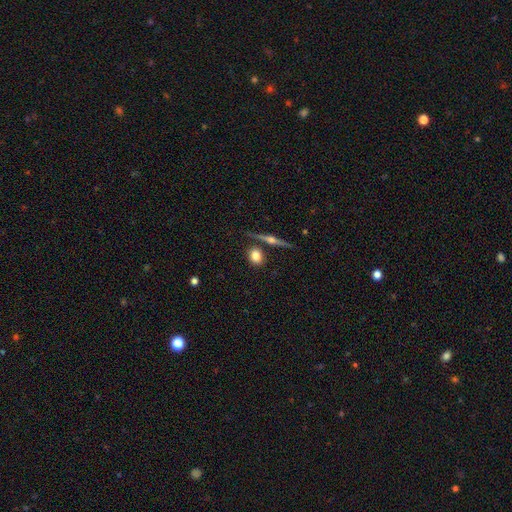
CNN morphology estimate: Overall: smooth (73%). How rounded: round (60%; in between 35%). Merging: none (75%).